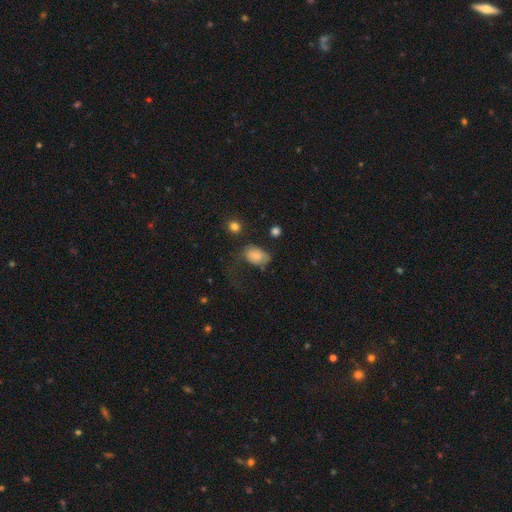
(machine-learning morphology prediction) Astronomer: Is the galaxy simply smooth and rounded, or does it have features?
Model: smooth — 75%.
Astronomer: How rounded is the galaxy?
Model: in between — 80%.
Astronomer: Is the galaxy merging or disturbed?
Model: none — 35% (runner-up: major disturbance, 33%).